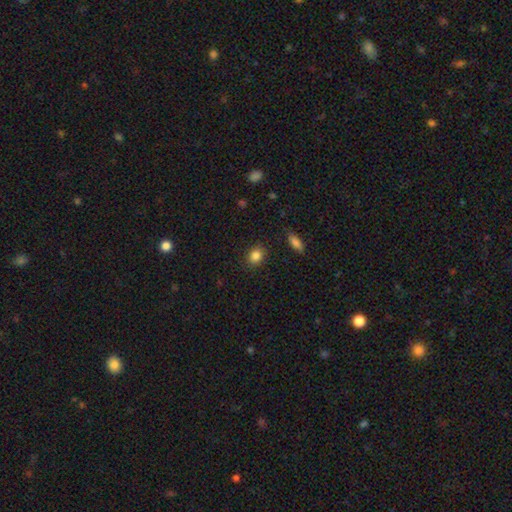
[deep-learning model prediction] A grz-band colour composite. It shows a smooth galaxy with no disk features (85%) that is round (62%). Merging: none (88%).